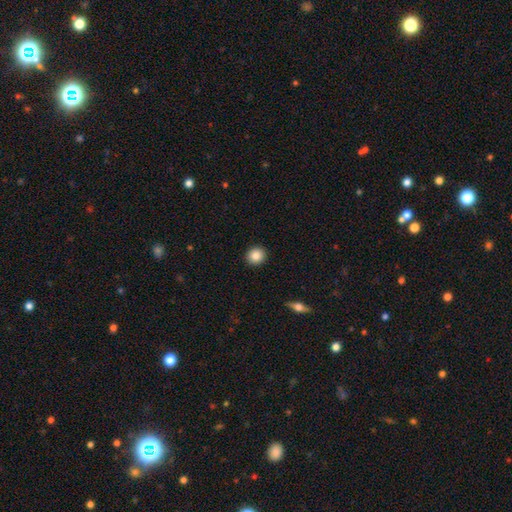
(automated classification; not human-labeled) Overall: smooth (86%). How rounded: round (89%). Merging: none (93%).